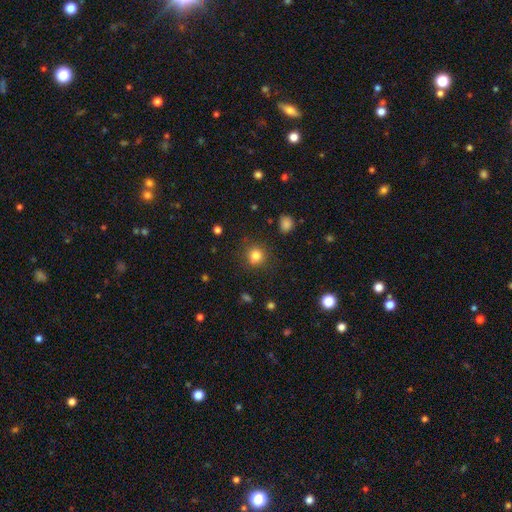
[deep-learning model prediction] smooth 82%, star or artifact 13%, featured or disk 5%. Down the decision tree: how rounded — round (90%); merging — none (86%).